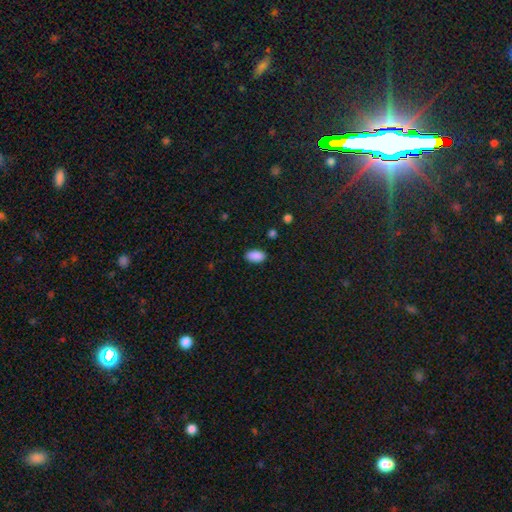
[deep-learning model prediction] Smooth or featured?
  - smooth: 89% *
  - star or artifact: 8%
  - featured or disk: 3%
How rounded?
  - in between: 93% *
  - round: 5%
  - cigar-shaped: 2%
Merging?
  - none: 86% *
  - minor disturbance: 10%
  - major disturbance: 2%
  - merger: 1%